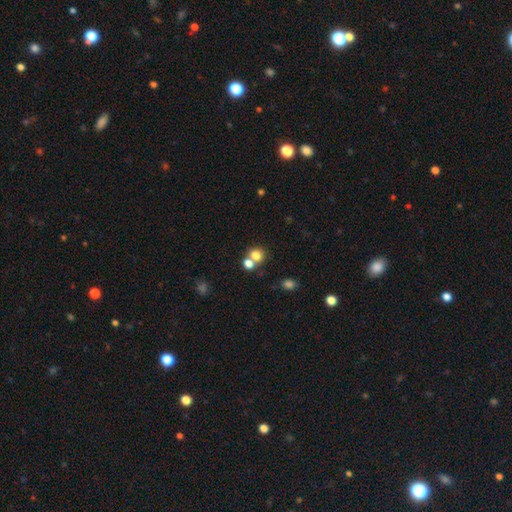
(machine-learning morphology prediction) The model was most divided on "merging": none: 50%, merger: 39%, minor disturbance: 7%, major disturbance: 4%. More confident: how rounded — round (78%); smooth or featured — smooth (76%).